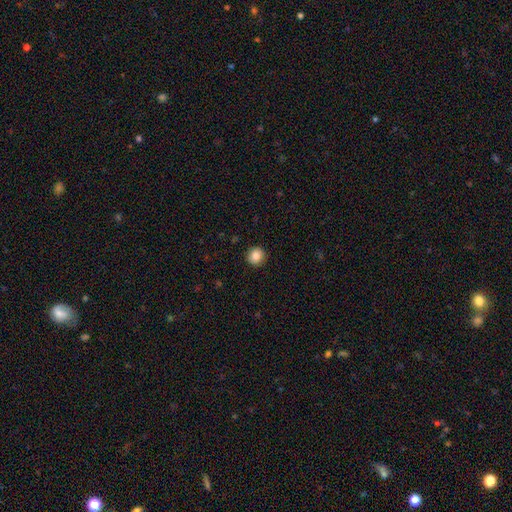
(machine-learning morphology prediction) A smooth galaxy with no disk features (86%) that is round (93%). Merging: none (92%).